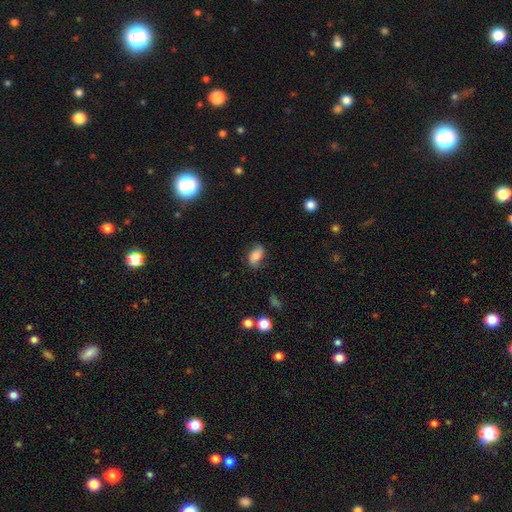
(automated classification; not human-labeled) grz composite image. It shows a smooth galaxy with no disk features (67%) that is in between round and cigar-shaped (88%). Merging: none (75%).